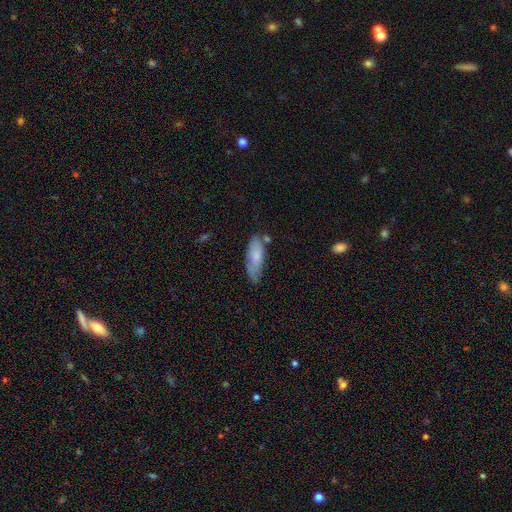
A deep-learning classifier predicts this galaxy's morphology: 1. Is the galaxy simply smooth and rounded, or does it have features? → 72% smooth, 22% featured or disk, 6% star or artifact.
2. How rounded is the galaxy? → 65% in between, 33% cigar-shaped, 2% round.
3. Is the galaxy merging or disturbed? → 56% none, 31% minor disturbance, 7% major disturbance, 5% merger.